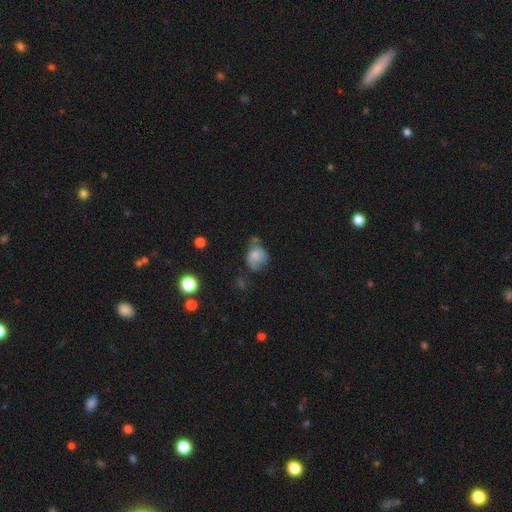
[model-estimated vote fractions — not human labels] smooth_or_featured: smooth (p=0.71) [alt: featured or disk p=0.18]
how_rounded: round (p=0.52) [alt: in between p=0.46]
merging: none (p=0.36) [alt: minor disturbance p=0.33]